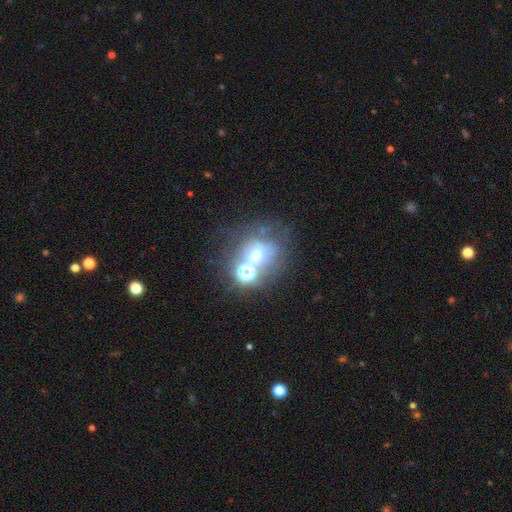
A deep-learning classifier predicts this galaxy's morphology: This is marginally a star or artifact rather than a galaxy (36%).